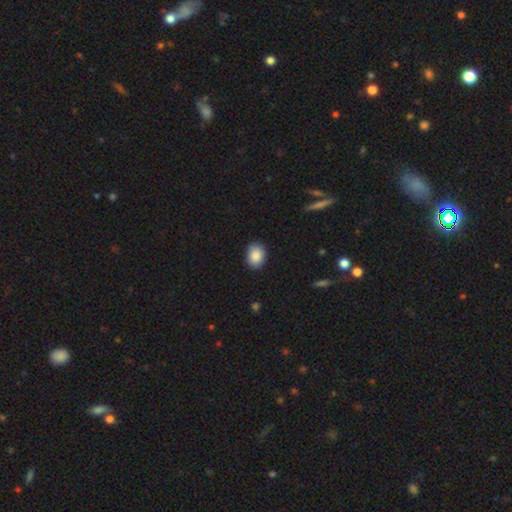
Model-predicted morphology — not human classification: The model was most divided on "how rounded": in between: 62%, round: 37%, cigar-shaped: 1%. More confident: smooth or featured — smooth (88%); merging — none (85%).